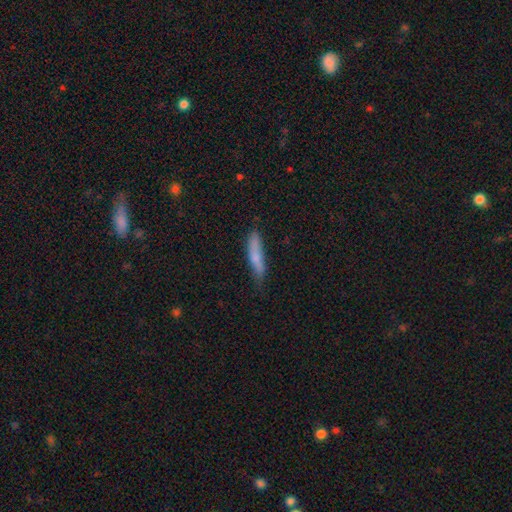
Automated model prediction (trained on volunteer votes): smooth_or_featured: smooth (p=0.75) [alt: featured or disk p=0.19]
how_rounded: cigar-shaped (p=0.82) [alt: in between p=0.16]
merging: none (p=0.67) [alt: minor disturbance p=0.26]